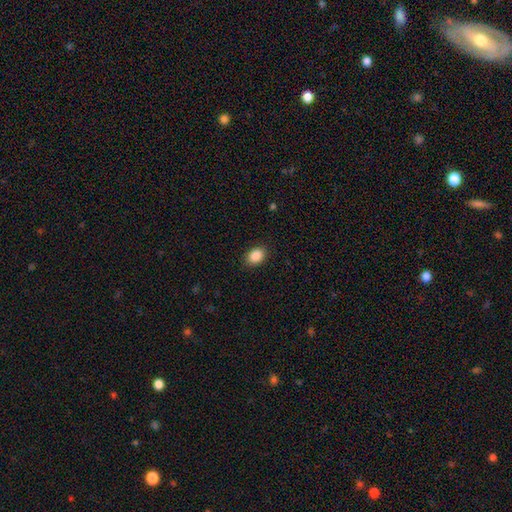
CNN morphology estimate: Q: Smooth or featured?
A: smooth (89%); runner-up: star or artifact (8%)
Q: How rounded?
A: in between (75%); runner-up: round (24%)
Q: Merging?
A: none (88%); runner-up: minor disturbance (8%)